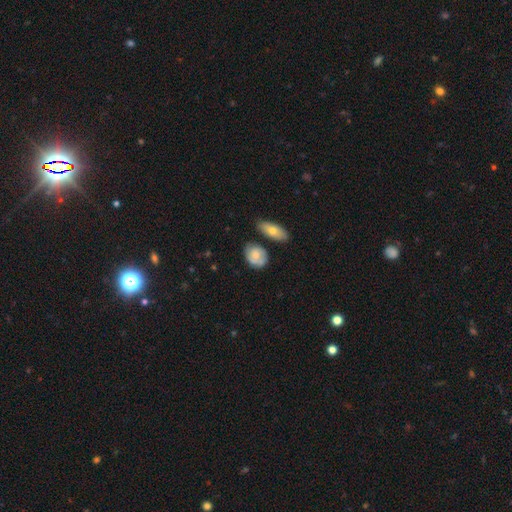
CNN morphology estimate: A smooth galaxy with no disk features (64%) that is in between round and cigar-shaped (59%). Merging: none (56%).